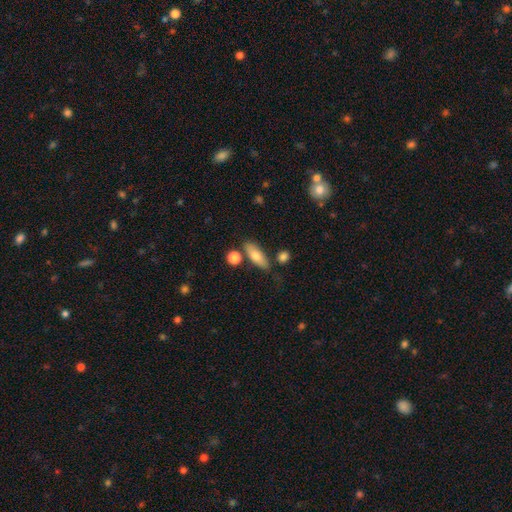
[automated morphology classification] Smooth or featured? Predicted: smooth (p=0.74). How rounded? Predicted: in between (p=0.64). Merging? Predicted: none (p=0.72).